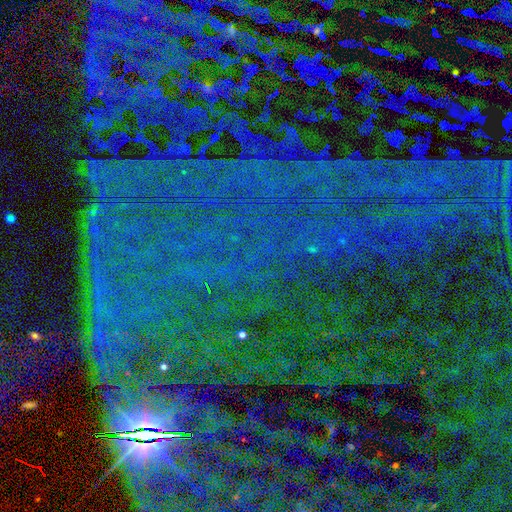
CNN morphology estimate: smooth-or-featured: star or artifact: 86% | featured or disk: 7% | smooth: 7%